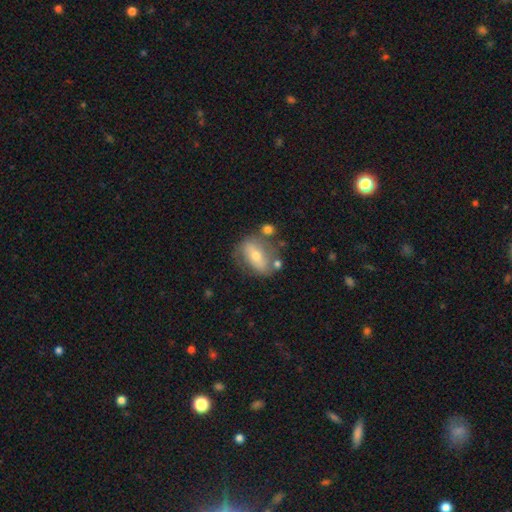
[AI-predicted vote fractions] smooth_or_featured: smooth (p=0.46) [tied with: featured or disk p=0.46]
merging: none (p=0.60) [alt: minor disturbance p=0.19]